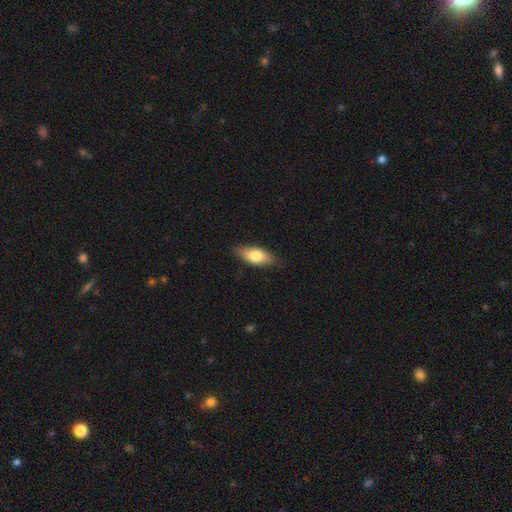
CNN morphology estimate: This appears to be a smooth galaxy with no disk features (74%) that is in between round and cigar-shaped (81%). Merging: none (84%).